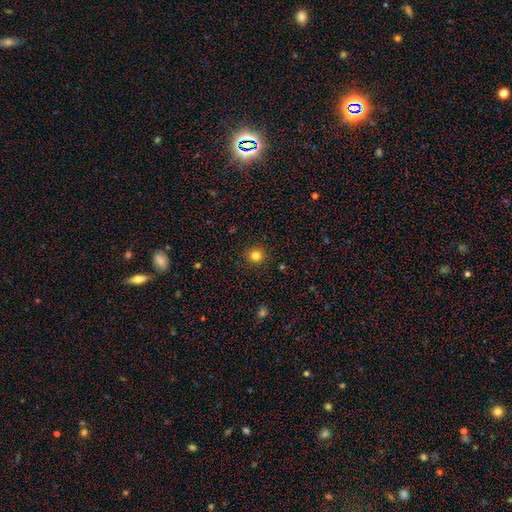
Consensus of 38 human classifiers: smooth 84%, star or artifact 11%, featured or disk 5%. Down the decision tree: how rounded — round (97%); merging — none (94%).